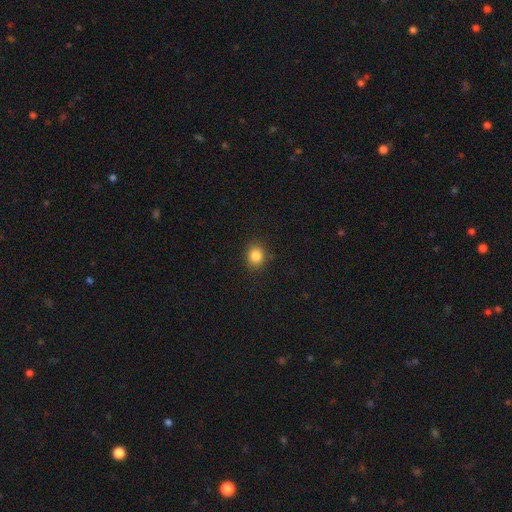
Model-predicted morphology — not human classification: A smooth galaxy with no disk features (84%) that is round (67%). Merging: none (87%).